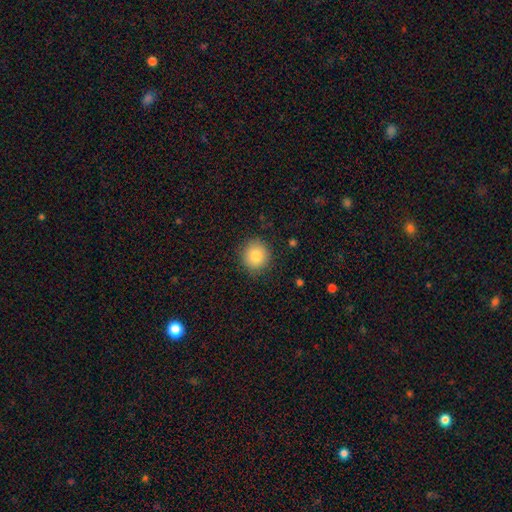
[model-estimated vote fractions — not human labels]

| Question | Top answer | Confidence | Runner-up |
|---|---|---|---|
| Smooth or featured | smooth | 84% | star or artifact (9%) |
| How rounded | round | 87% | in between (12%) |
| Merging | none | 88% | minor disturbance (9%) |